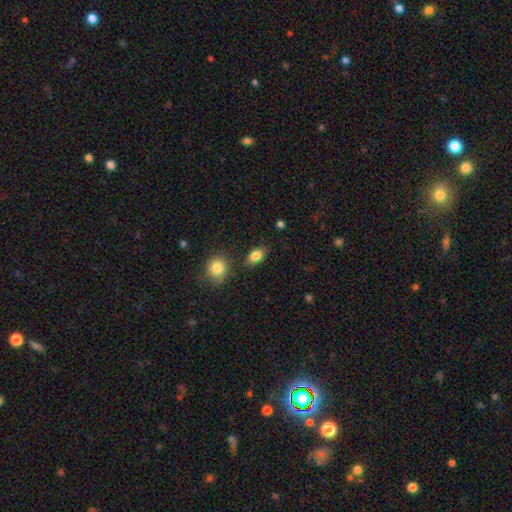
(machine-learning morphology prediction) Smooth or featured? smooth (83%)
How rounded? in between (84%)
Merging? none (79%)